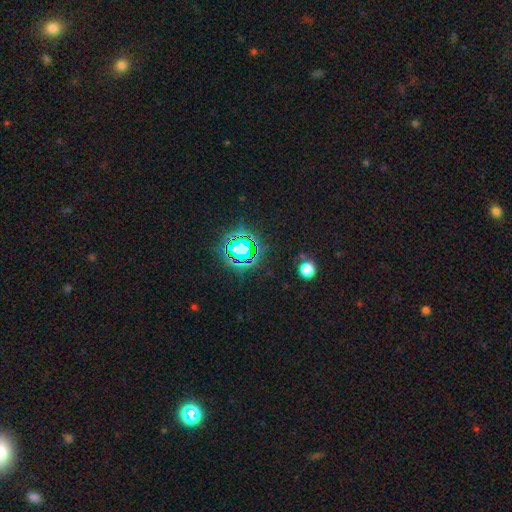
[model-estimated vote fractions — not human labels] Smooth or featured? star or artifact (80%)